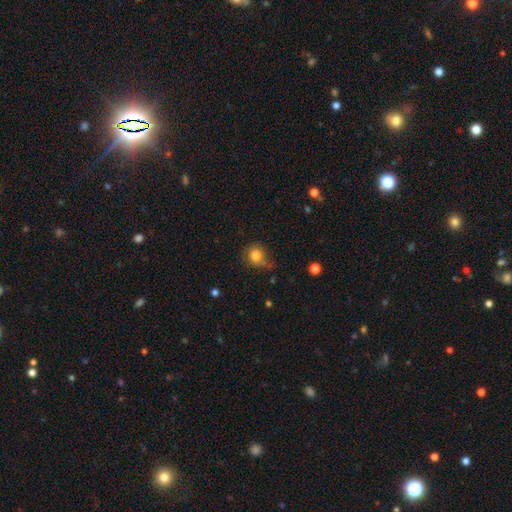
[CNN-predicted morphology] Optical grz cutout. It shows a smooth galaxy with no disk features (81%) that is round (83%). Merging: none (59%).